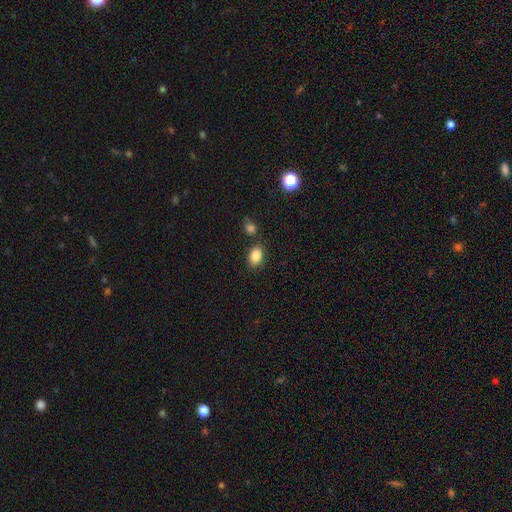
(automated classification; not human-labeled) Smooth or featured? Predicted: smooth (p=0.85). How rounded? Predicted: in between (p=0.81). Merging? Predicted: none (p=0.75).